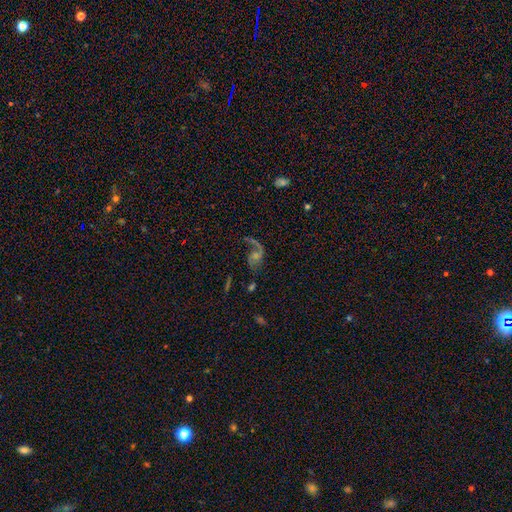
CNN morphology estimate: smooth-or-featured: featured or disk: 76% | star or artifact: 13% | smooth: 11%
  disk-edge-on: no: 97% | yes: 3%
    bar: no: 64% | weak: 28% | strong: 8%
    has-spiral-arms: yes: 91% | no: 9%
      spiral-winding: loose: 65% | medium: 28% | tight: 7%
      spiral-arm-count: 2: 64% | 1: 30% | can't tell: 3% | 3: 1% | 4: 1% | more than 4: 1%
    bulge-size: small: 50% | moderate: 34% | none: 9% | large: 5% | dominant: 2%
  merging: none: 49% | major disturbance: 27% | minor disturbance: 16% | merger: 7%